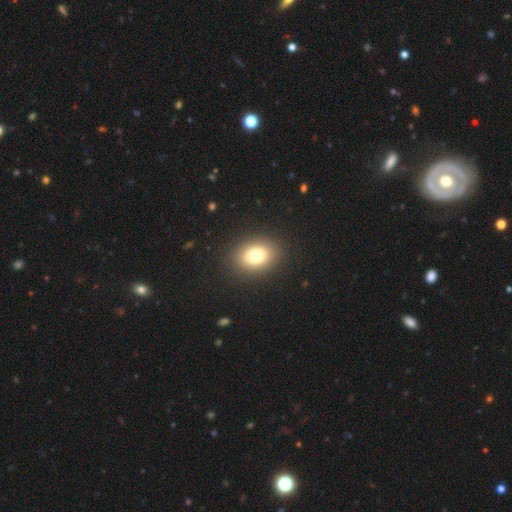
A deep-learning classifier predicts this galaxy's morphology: A smooth galaxy with no disk features (77%) that is in between round and cigar-shaped (62%). Merging: none (89%).